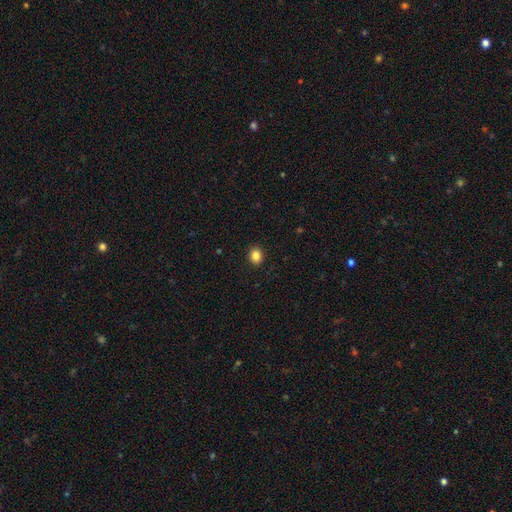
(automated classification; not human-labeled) Smooth or featured? Predicted: smooth (p=0.85). How rounded? Predicted: round (p=0.59). Merging? Predicted: none (p=0.91).